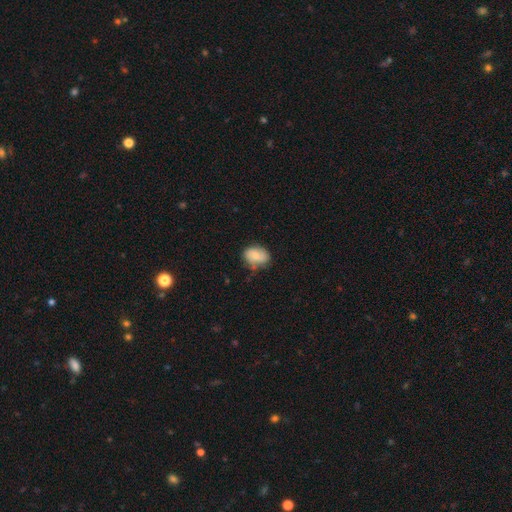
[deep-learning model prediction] This is likely a smooth galaxy (74%). How rounded: likely in between (72%). Merging: likely none (65%).